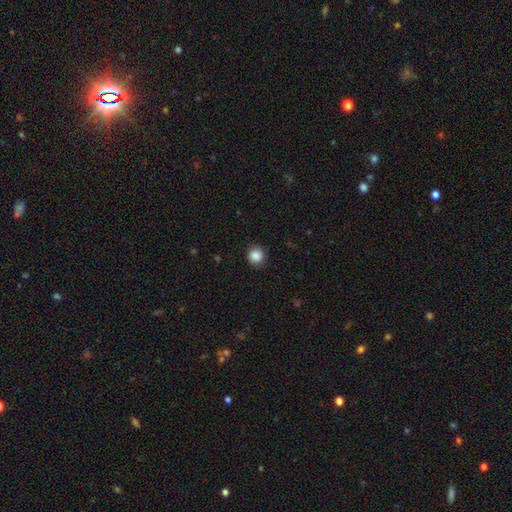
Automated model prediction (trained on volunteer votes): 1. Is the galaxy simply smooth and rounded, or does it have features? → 87% smooth, 10% star or artifact, 3% featured or disk.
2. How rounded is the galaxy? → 93% round, 6% in between, 1% cigar-shaped.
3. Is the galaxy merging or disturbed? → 90% none, 7% minor disturbance, 2% major disturbance, 1% merger.